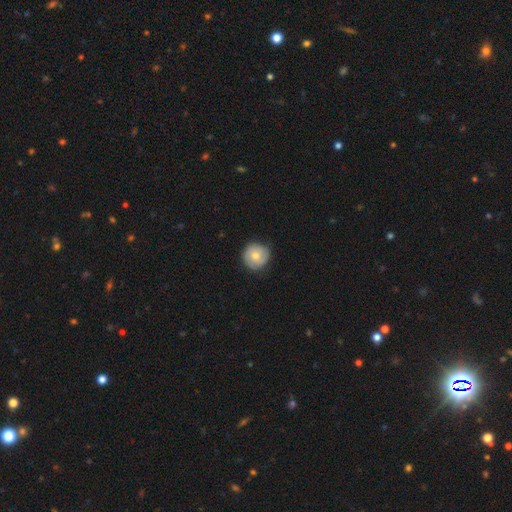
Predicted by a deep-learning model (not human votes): Morphology: type=smooth (70%); roundness=round (93%); merging=none (81%).